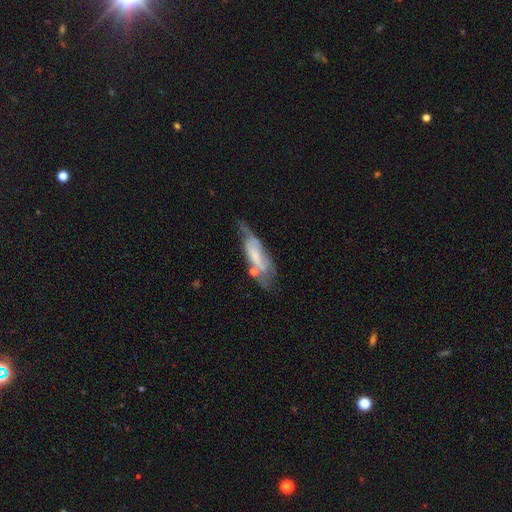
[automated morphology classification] A featured or disk galaxy (53%).

Vote fractions:
- Smooth or featured? featured or disk: 53% / smooth: 38% / star or artifact: 8%
- Edge-on disk? no: 73% / yes: 27%
- Merging? none: 35% / minor disturbance: 30% / major disturbance: 24% / merger: 11%